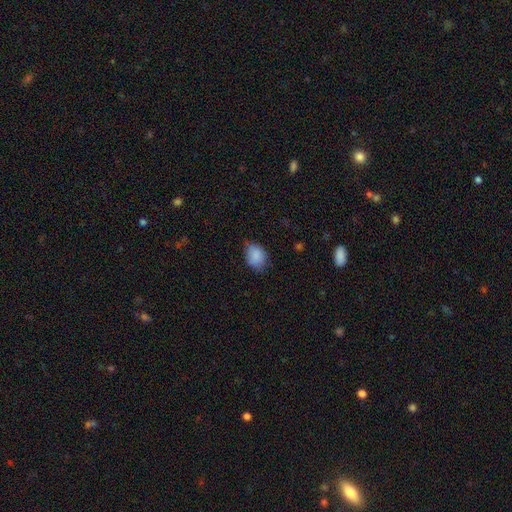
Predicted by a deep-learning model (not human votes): Morphology: type=smooth (87%); roundness=in between (65%); merging=none (62%).